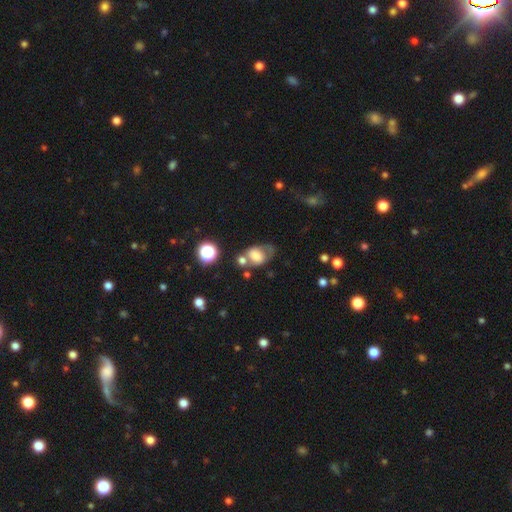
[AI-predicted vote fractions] Morphology: type=smooth (66%); roundness=in between (68%); merging=none (29%).